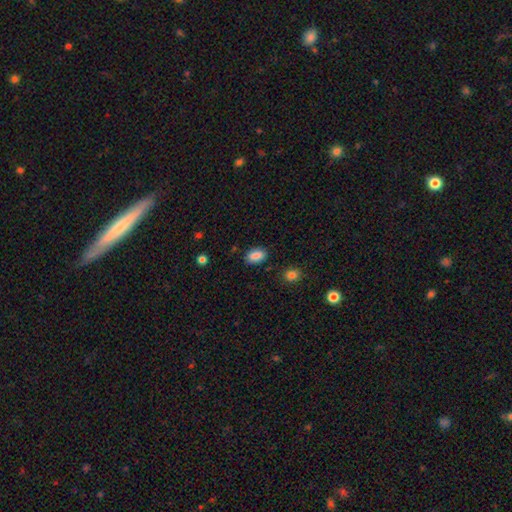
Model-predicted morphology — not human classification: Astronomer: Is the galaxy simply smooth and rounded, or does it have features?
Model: smooth — 85%.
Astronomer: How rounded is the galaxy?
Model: in between — 89%.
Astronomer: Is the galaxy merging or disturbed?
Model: none — 84%.